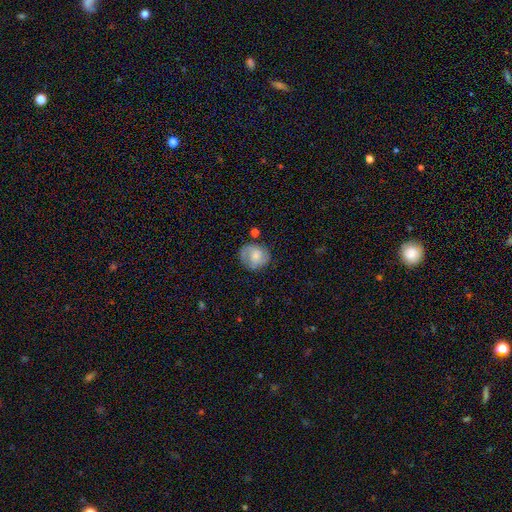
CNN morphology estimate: A smooth galaxy with no disk features (50%). Merging: none (65%).